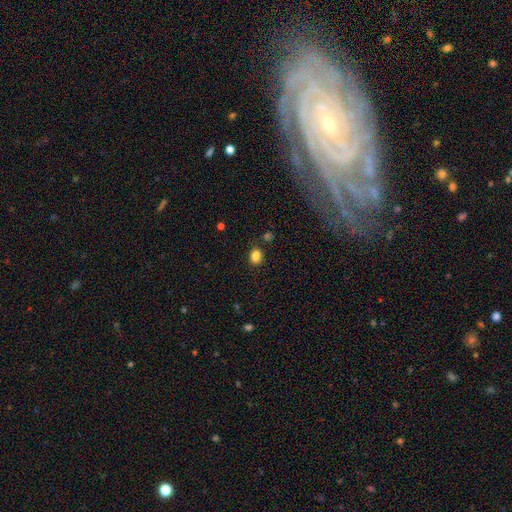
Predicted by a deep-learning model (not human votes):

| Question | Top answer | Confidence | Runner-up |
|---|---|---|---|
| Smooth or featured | smooth | 84% | star or artifact (12%) |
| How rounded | in between | 66% | round (33%) |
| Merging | none | 76% | minor disturbance (14%) |